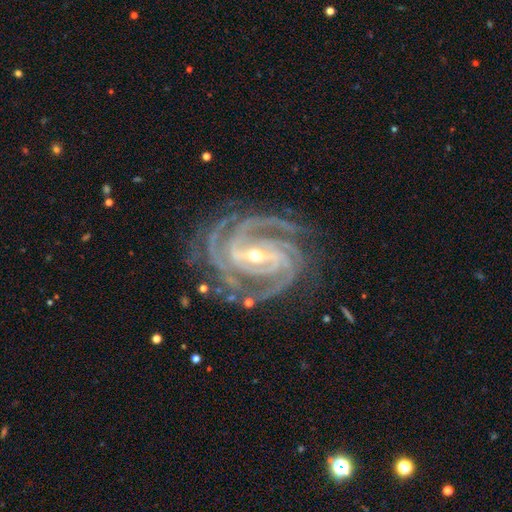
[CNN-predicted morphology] smooth-or-featured: featured or disk: 93% | star or artifact: 5% | smooth: 2%
  disk-edge-on: no: 97% | yes: 3%
    bar: strong: 56% | weak: 32% | no: 12%
    has-spiral-arms: yes: 99% | no: 1%
      spiral-winding: tight: 76% | medium: 22% | loose: 2%
      spiral-arm-count: 4: 34% | 3: 32% | 2: 11% | more than 4: 9% | can't tell: 8% | 1: 6%
    bulge-size: small: 57% | moderate: 40% | large: 1% | none: 1% | dominant: 1%
  merging: none: 78% | minor disturbance: 15% | major disturbance: 5% | merger: 1%